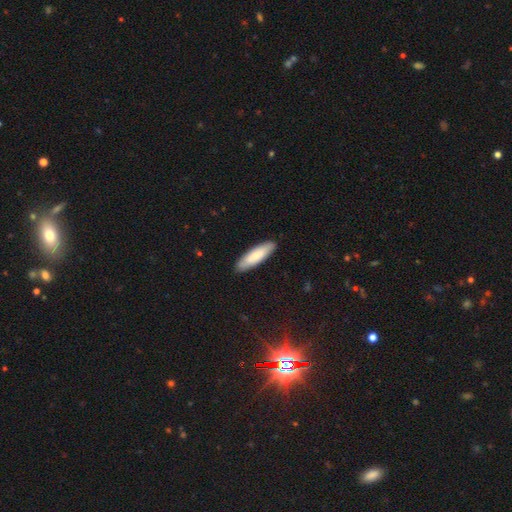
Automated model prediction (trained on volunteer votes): The model was most divided on "how rounded": cigar-shaped: 62%, in between: 36%, round: 1%. More confident: merging — none (89%); smooth or featured — smooth (81%).